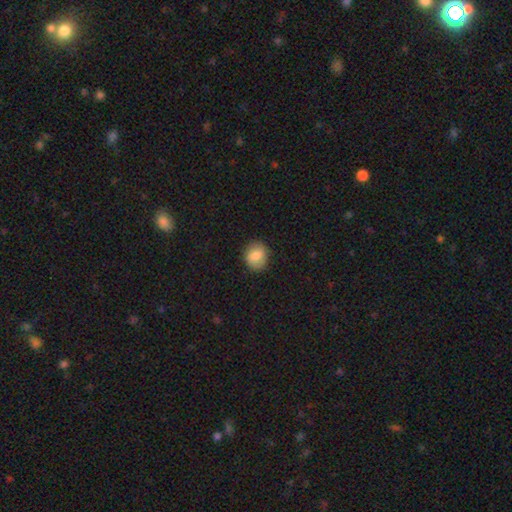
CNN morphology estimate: Smooth or featured: smooth — 84% (star or artifact — 8%)
How rounded: round — 70% (in between — 29%)
Merging: none — 84% (minor disturbance — 12%)